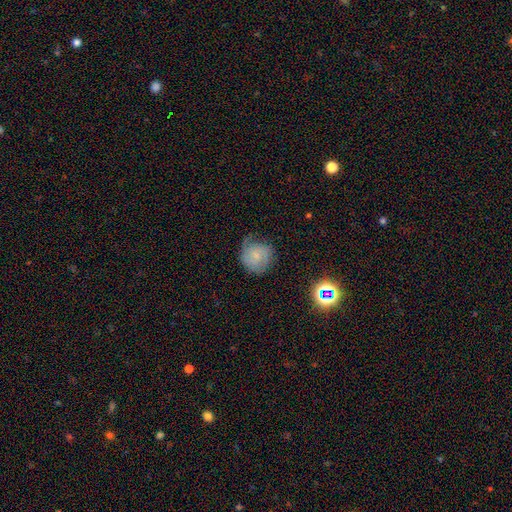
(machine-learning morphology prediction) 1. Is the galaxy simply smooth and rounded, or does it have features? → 51% featured or disk, 39% smooth, 9% star or artifact.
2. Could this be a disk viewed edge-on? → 98% no, 2% yes.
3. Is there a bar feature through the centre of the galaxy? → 60% no, 35% weak, 5% strong.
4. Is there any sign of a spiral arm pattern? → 89% yes, 11% no.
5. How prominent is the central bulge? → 60% small, 21% moderate, 16% none, 2% large, 1% dominant.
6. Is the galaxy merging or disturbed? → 60% none, 27% minor disturbance, 11% major disturbance, 2% merger.